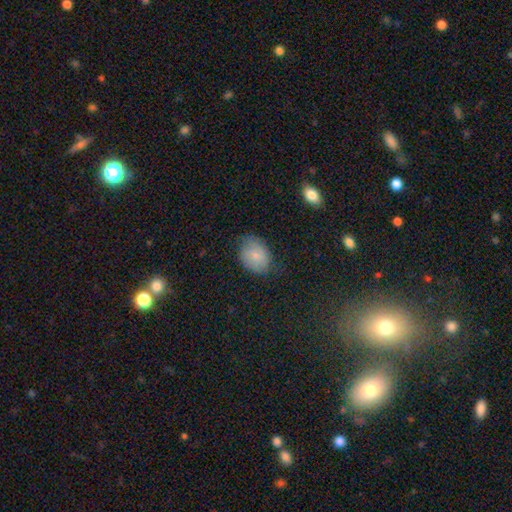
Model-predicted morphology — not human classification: The model was most divided on "how rounded": in between: 68%, round: 31%, cigar-shaped: 1%. More confident: smooth or featured — smooth (75%); merging — none (67%).